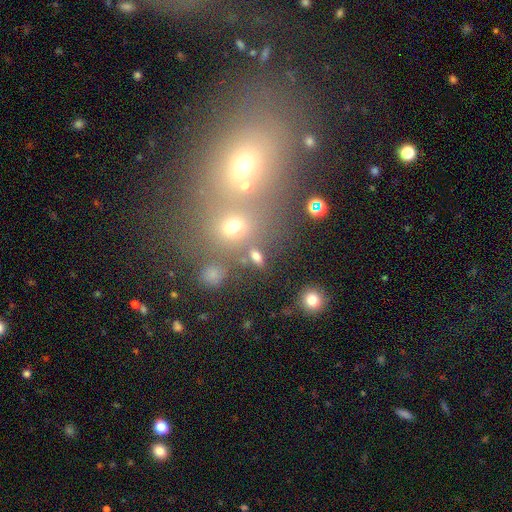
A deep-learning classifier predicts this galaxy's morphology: A smooth galaxy with no disk features (60%) that is round (58%). Merging: none (68%).